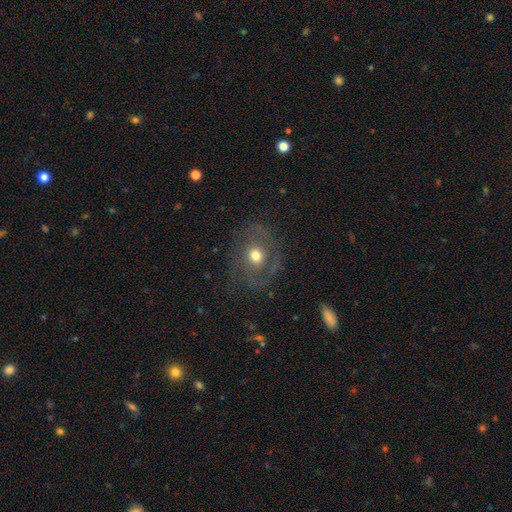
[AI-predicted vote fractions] Smooth or featured: featured or disk — 45% (smooth — 43%)
Merging: none — 70% (minor disturbance — 16%)